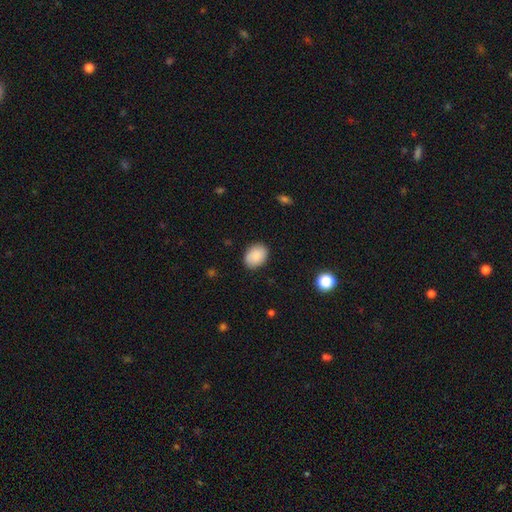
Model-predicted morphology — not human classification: Overall: smooth (87%). How rounded: in between (73%). Merging: none (87%).